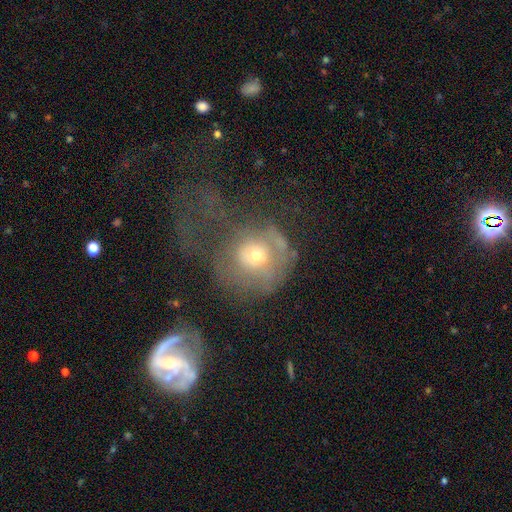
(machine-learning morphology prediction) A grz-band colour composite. It shows a smooth galaxy with no disk features (47%). Merging: major disturbance (50%).